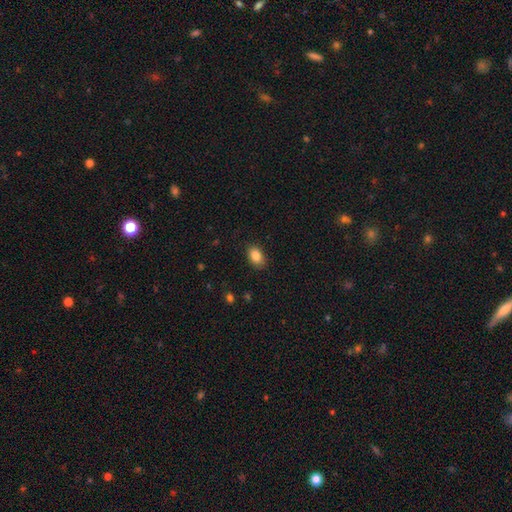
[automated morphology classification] This appears to be a smooth galaxy with no disk features (86%) that is in between round and cigar-shaped (82%). Merging: none (85%).